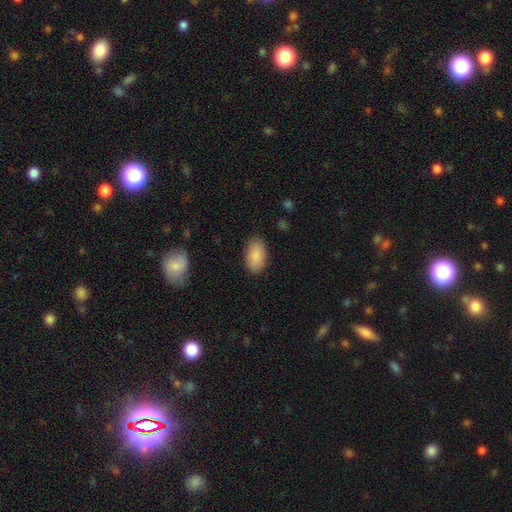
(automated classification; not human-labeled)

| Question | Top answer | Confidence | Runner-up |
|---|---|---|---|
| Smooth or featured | smooth | 88% | star or artifact (6%) |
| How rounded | in between | 94% | round (4%) |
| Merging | none | 86% | minor disturbance (10%) |